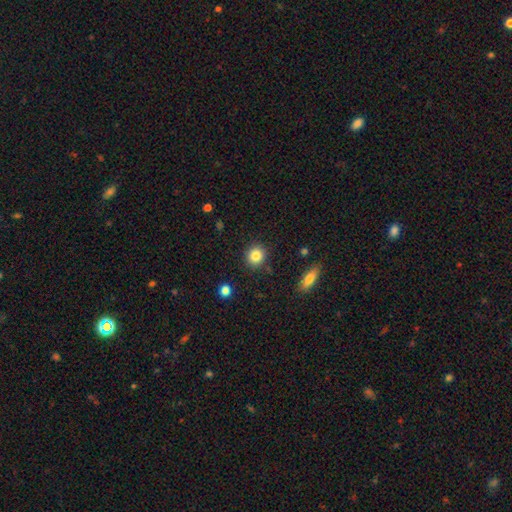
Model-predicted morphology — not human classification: type=smooth (84%); roundness=round (87%); merging=none (89%).